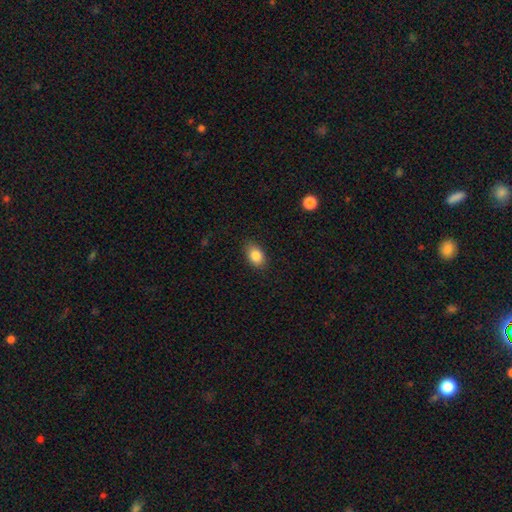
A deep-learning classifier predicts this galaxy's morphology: A smooth galaxy with no disk features (85%) that is in between round and cigar-shaped (81%). Merging: none (85%).